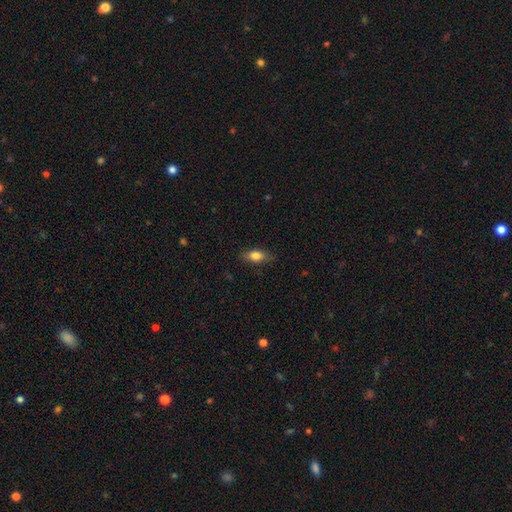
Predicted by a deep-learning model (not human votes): A smooth galaxy with no disk features (80%) that is in between round and cigar-shaped (82%).

Vote fractions:
- Smooth or featured? smooth: 80% / featured or disk: 12% / star or artifact: 8%
- How rounded? in between: 82% / cigar-shaped: 12% / round: 6%
- Merging? none: 82% / minor disturbance: 14% / major disturbance: 3% / merger: 1%